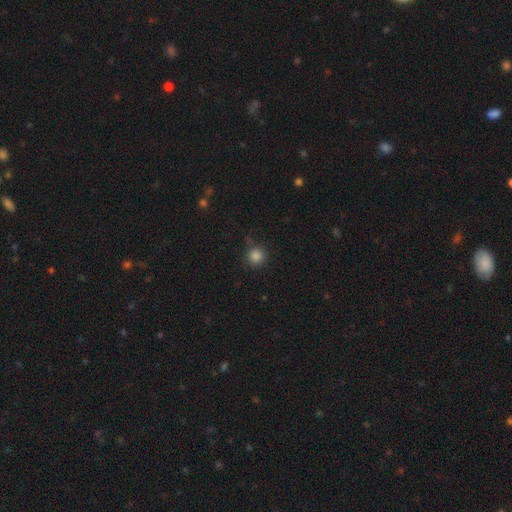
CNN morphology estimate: Smooth or featured? Predicted: smooth (p=0.84). How rounded? Predicted: round (p=0.94). Merging? Predicted: none (p=0.83).